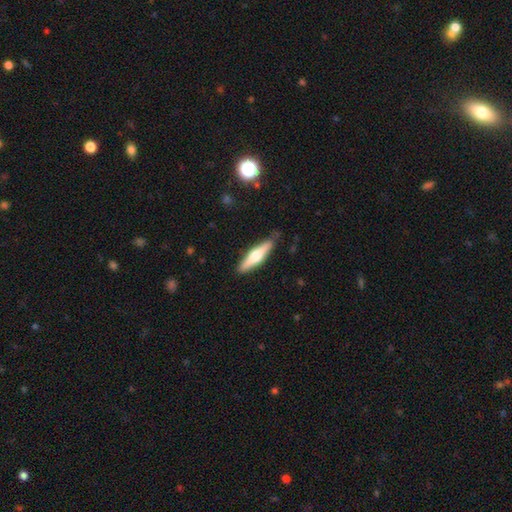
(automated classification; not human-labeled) smooth_or_featured: featured or disk (p=0.51) [alt: smooth p=0.44]
disk_edge_on: yes (p=0.95) [alt: no p=0.05]
merging: none (p=0.85) [alt: minor disturbance p=0.11]